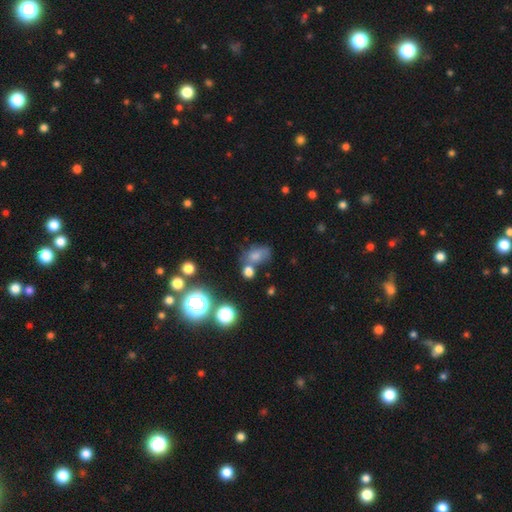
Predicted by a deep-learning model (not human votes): Smooth or featured? Predicted: smooth (p=0.66). How rounded? Predicted: in between (p=0.73). Merging? Predicted: none (p=0.42).